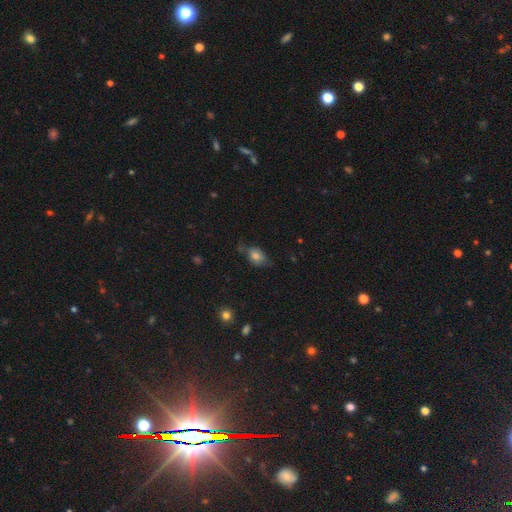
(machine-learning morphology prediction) Smooth or featured: smooth — 69% (featured or disk — 20%)
How rounded: in between — 79% (round — 18%)
Merging: none — 50% (minor disturbance — 33%)